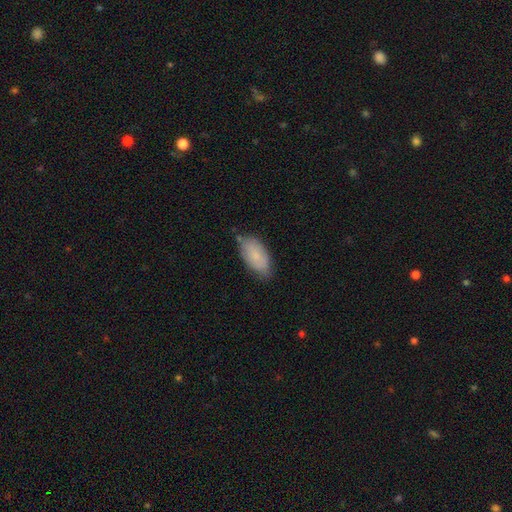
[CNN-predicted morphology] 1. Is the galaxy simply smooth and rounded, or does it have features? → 77% smooth, 16% featured or disk, 7% star or artifact.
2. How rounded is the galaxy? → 93% in between, 4% cigar-shaped, 3% round.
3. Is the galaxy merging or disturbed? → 70% none, 24% minor disturbance, 4% major disturbance, 3% merger.